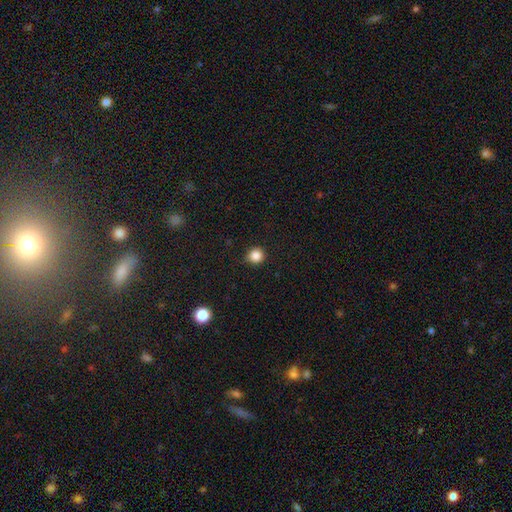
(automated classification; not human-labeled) A smooth galaxy with no disk features (86%) that is round (94%).

Vote fractions:
- Smooth or featured? smooth: 86% / star or artifact: 11% / featured or disk: 3%
- How rounded? round: 94% / in between: 5% / cigar-shaped: 1%
- Merging? none: 88% / minor disturbance: 9% / major disturbance: 2% / merger: 1%